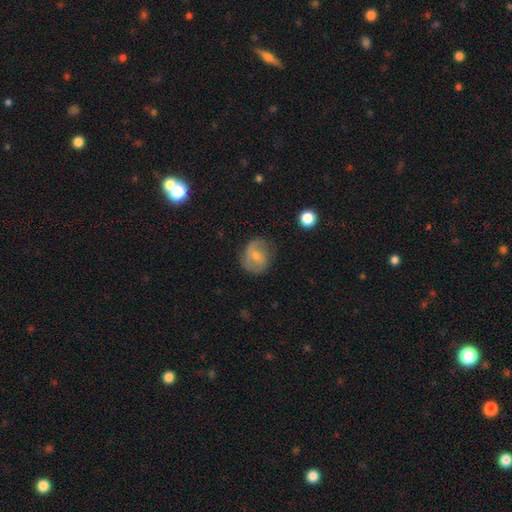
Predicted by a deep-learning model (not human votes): smooth_or_featured: featured or disk (p=0.47) [alt: smooth p=0.45]
merging: none (p=0.62) [alt: minor disturbance p=0.25]